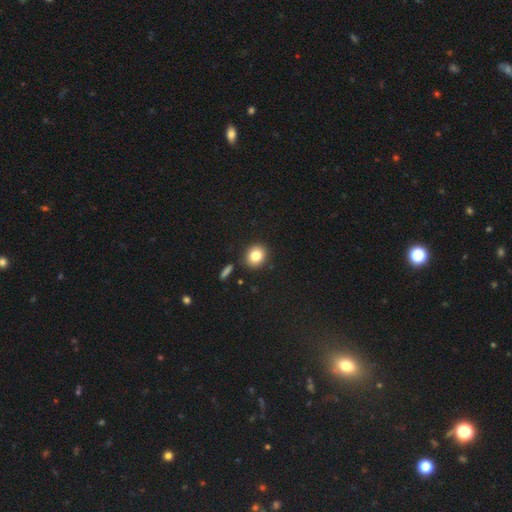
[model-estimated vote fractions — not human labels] A smooth galaxy with no disk features (82%) that is round (73%).

Vote fractions:
- Smooth or featured? smooth: 82% / star or artifact: 10% / featured or disk: 8%
- How rounded? round: 73% / in between: 26% / cigar-shaped: 1%
- Merging? none: 87% / minor disturbance: 7% / merger: 3% / major disturbance: 2%